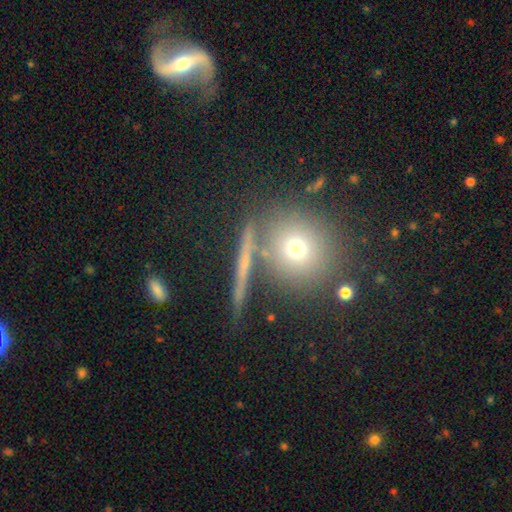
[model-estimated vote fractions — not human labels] smooth 42%, featured or disk 33%, star or artifact 25%. Down the decision tree: merging — none (76%).